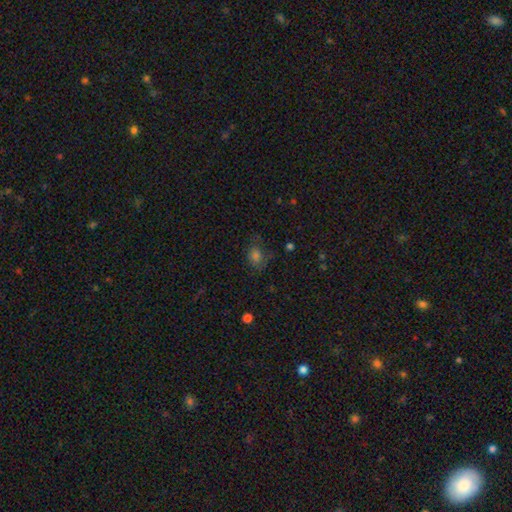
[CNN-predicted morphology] This appears to be a smooth galaxy with no disk features (63%) that is in between round and cigar-shaped (55%). Merging: none (58%).